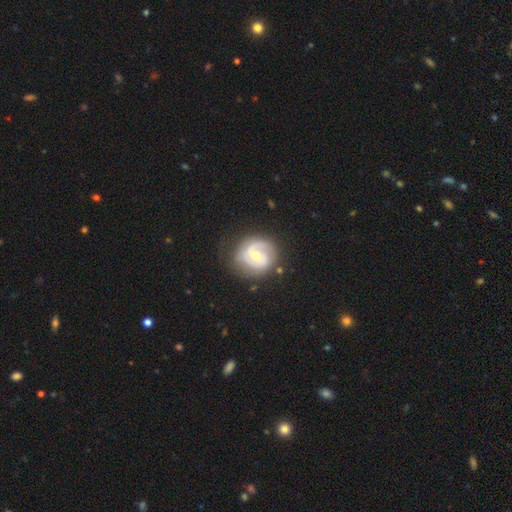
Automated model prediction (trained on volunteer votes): The model was most divided on "spiral winding": tight: 54%, medium: 32%, loose: 14%. More confident: edge-on disk — no (98%); spiral arms — yes (81%); bulge size — moderate (72%); smooth or featured — featured or disk (72%); merging — none (71%); bar — no (60%); spiral arm count — 2 (53%).